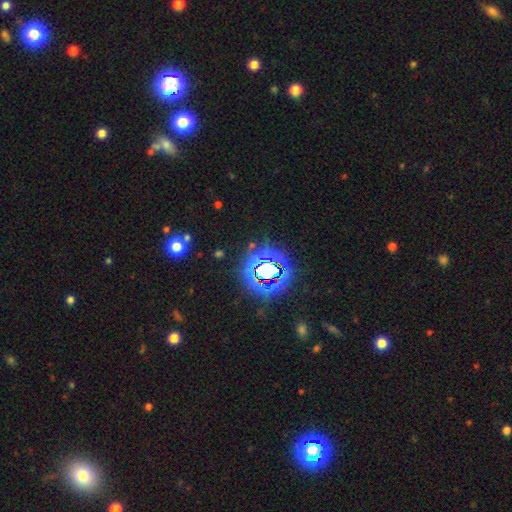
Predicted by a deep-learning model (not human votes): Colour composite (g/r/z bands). It shows a star or artifact, not a galaxy (80%).